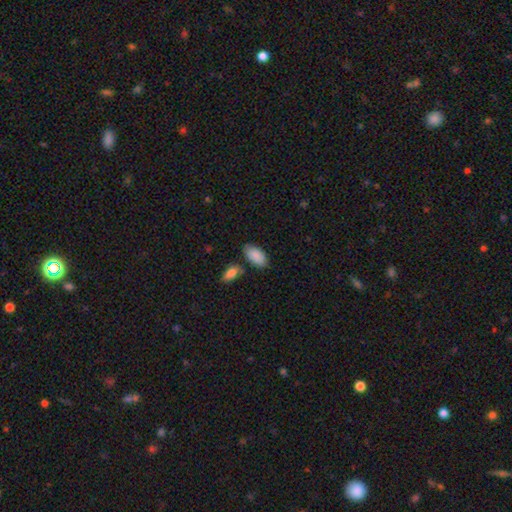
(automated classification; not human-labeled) smooth_or_featured: smooth (p=0.88) [alt: star or artifact p=0.06]
how_rounded: in between (p=0.95) [alt: round p=0.03]
merging: none (p=0.73) [alt: minor disturbance p=0.15]